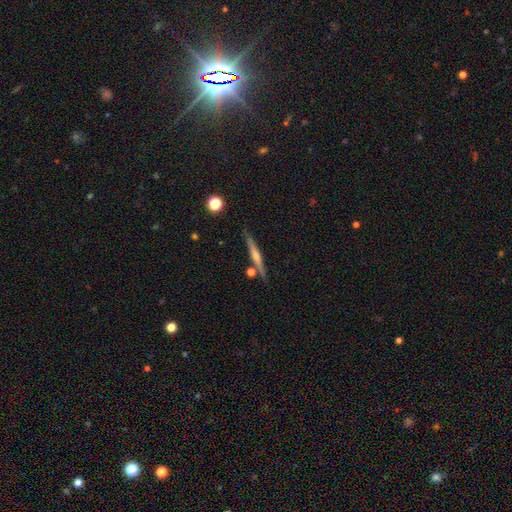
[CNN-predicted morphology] This appears to be a featured or disk galaxy (71%) viewed edge-on (98%) with a rounded central bulge (72%). Merging: none (85%).